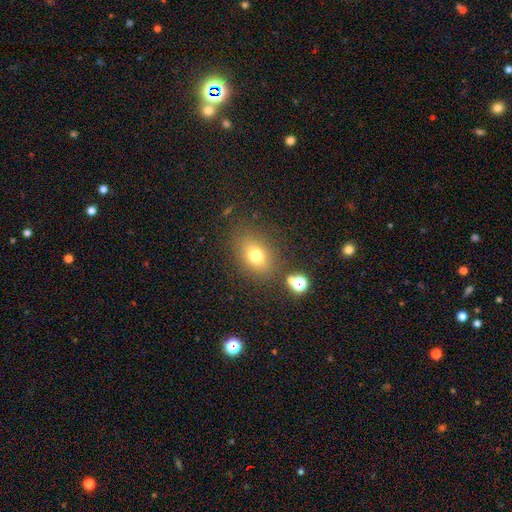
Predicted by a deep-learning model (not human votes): This appears to be a smooth galaxy with no disk features (73%) that is in between round and cigar-shaped (61%). Merging: none (78%).